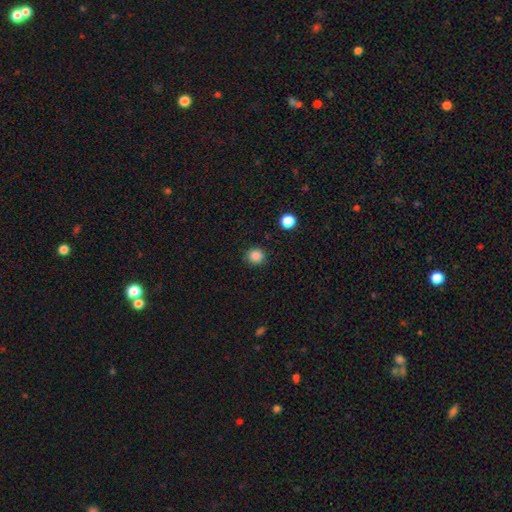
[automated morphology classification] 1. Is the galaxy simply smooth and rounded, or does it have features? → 85% smooth, 12% star or artifact, 3% featured or disk.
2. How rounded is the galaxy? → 92% round, 7% in between, 1% cigar-shaped.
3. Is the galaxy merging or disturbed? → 90% none, 6% minor disturbance, 2% major disturbance, 1% merger.